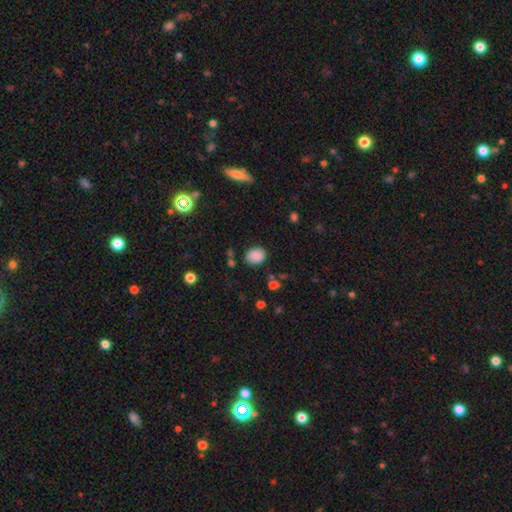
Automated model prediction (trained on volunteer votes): A smooth galaxy with no disk features (85%) that is round (57%).

Vote fractions:
- Smooth or featured? smooth: 85% / star or artifact: 10% / featured or disk: 5%
- How rounded? round: 57% / in between: 42% / cigar-shaped: 1%
- Merging? none: 80% / minor disturbance: 14% / major disturbance: 4% / merger: 3%